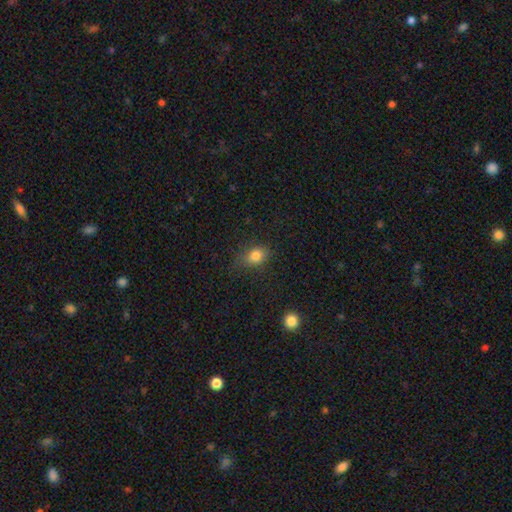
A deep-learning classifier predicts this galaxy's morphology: type=smooth (80%); roundness=in between (57%); merging=none (72%).